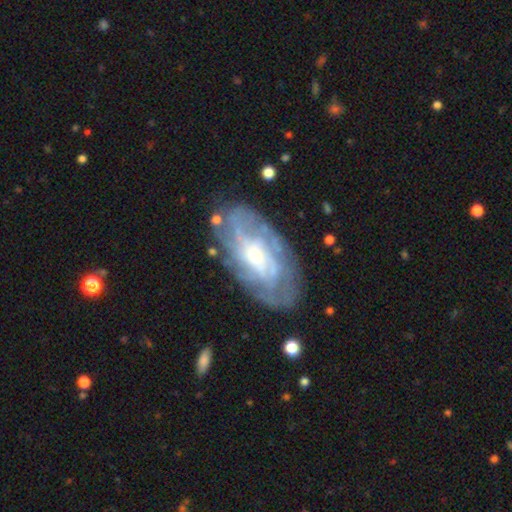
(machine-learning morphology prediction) This appears to be a featured or disk galaxy (80%) with no bar (66%), tight (60%) spiral arms (88%) and a small central bulge (49%). Merging: none (74%).